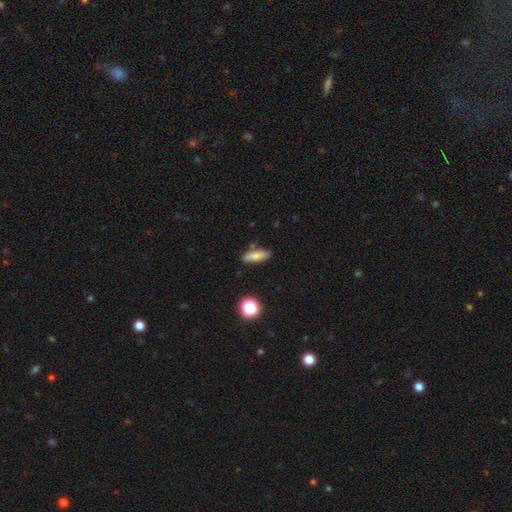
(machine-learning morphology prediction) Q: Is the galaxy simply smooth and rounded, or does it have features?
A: smooth — 80%.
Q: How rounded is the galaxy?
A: in between — 49%.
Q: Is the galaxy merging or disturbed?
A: none — 83%.